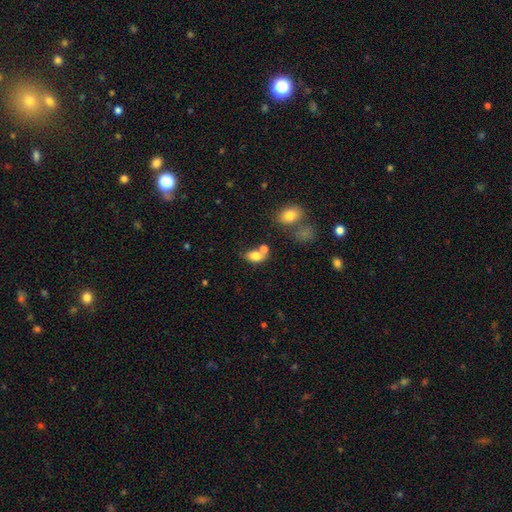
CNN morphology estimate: A smooth galaxy with no disk features (78%) that is in between round and cigar-shaped (82%).

Vote fractions:
- Smooth or featured? smooth: 78% / featured or disk: 11% / star or artifact: 10%
- How rounded? in between: 82% / round: 17% / cigar-shaped: 2%
- Merging? none: 42% / merger: 37% / minor disturbance: 15% / major disturbance: 6%